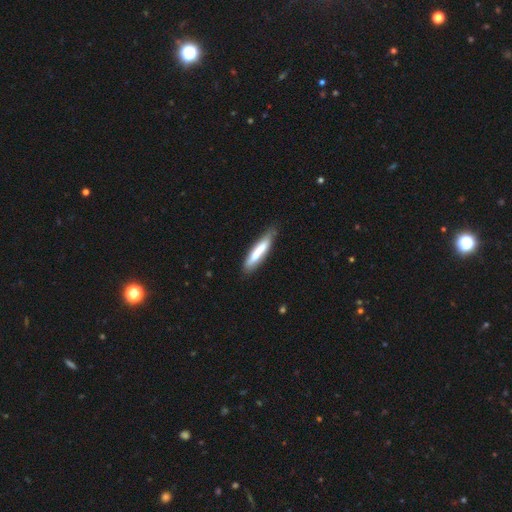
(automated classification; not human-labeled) Q: Smooth or featured?
A: smooth (63%); runner-up: featured or disk (31%)
Q: How rounded?
A: cigar-shaped (85%); runner-up: in between (14%)
Q: Merging?
A: none (68%); runner-up: minor disturbance (22%)